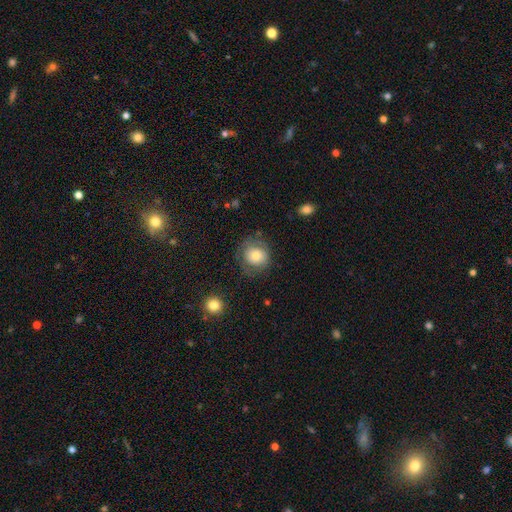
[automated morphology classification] type=smooth (72%); roundness=round (83%); merging=none (66%).